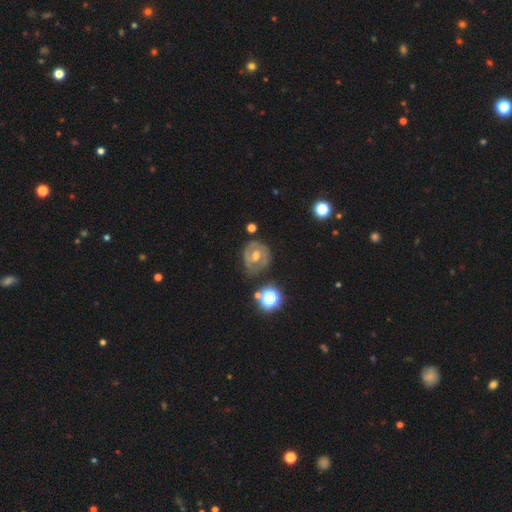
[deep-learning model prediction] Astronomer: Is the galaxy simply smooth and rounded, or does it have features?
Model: featured or disk — 68%.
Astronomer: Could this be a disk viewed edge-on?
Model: no — 97%.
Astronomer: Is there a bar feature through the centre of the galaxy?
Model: weak — 46% (runner-up: no, 40%).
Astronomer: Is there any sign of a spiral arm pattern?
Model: yes — 75%.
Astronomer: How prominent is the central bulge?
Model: moderate — 69%.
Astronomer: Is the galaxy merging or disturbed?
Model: none — 67%.